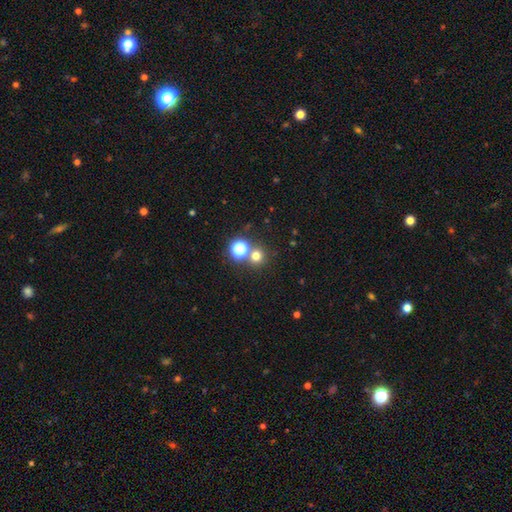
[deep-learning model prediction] smooth 69%, star or artifact 24%, featured or disk 7%. Down the decision tree: how rounded — round (91%); merging — none (69%).